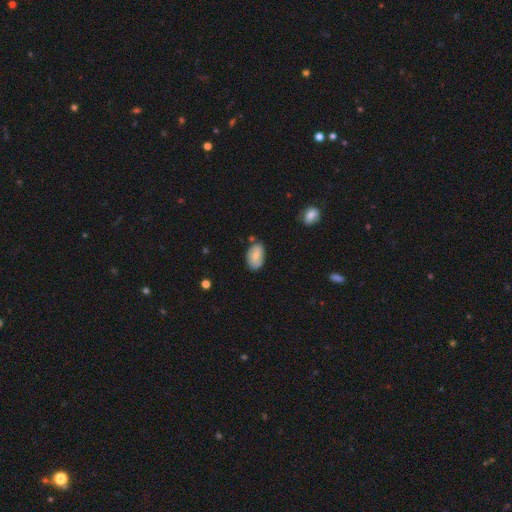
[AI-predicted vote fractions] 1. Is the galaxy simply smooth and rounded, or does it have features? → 69% smooth, 24% featured or disk, 7% star or artifact.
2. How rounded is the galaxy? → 91% in between, 7% round, 1% cigar-shaped.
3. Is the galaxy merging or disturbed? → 71% none, 22% minor disturbance, 4% merger, 4% major disturbance.